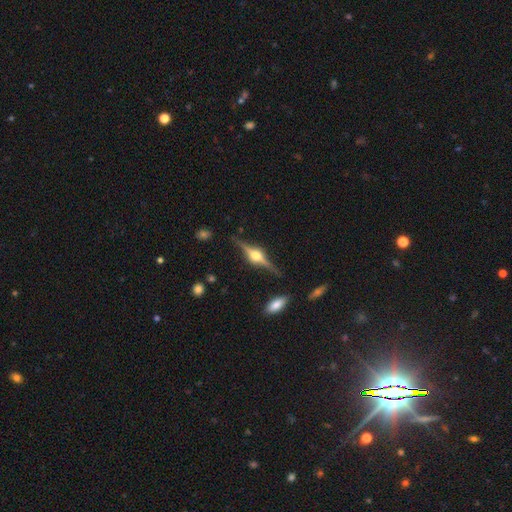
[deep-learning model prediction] smooth_or_featured: featured or disk (p=0.86) [alt: smooth p=0.08]
disk_edge_on: yes (p=0.98) [alt: no p=0.02]
edge_on_bulge: rounded (p=0.94) [alt: boxy p=0.05]
merging: none (p=0.86) [alt: minor disturbance p=0.09]